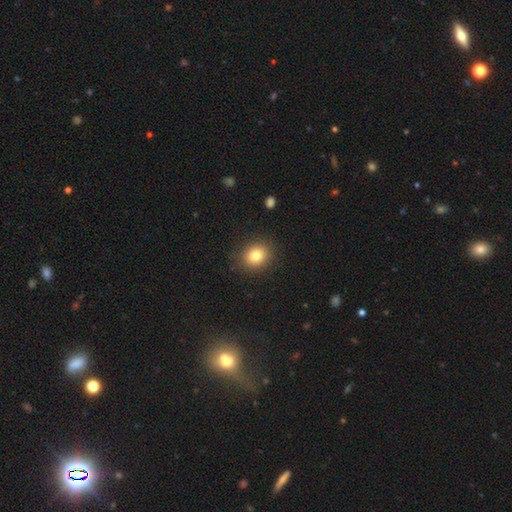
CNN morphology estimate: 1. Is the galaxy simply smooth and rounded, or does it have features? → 81% smooth, 11% star or artifact, 8% featured or disk.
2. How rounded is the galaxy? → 63% round, 36% in between, 1% cigar-shaped.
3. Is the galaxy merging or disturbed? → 88% none, 8% minor disturbance, 3% major disturbance, 1% merger.